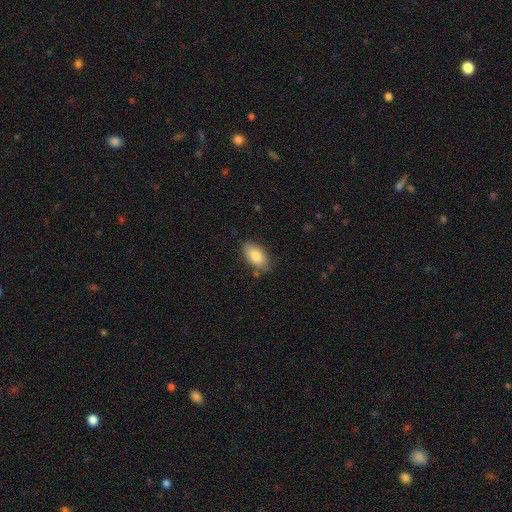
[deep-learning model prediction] This is clearly a smooth galaxy (83%). How rounded: clearly in between (93%). Merging: likely none (79%).